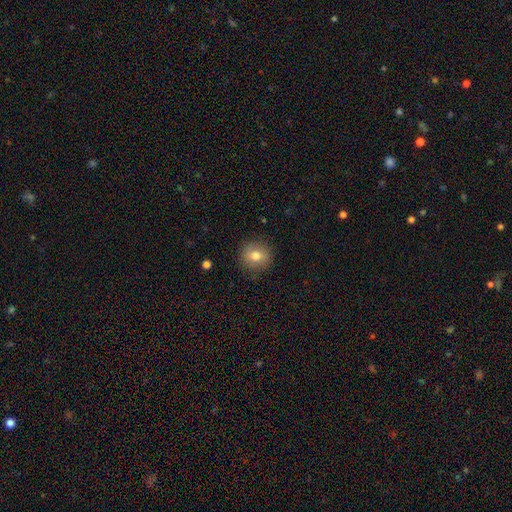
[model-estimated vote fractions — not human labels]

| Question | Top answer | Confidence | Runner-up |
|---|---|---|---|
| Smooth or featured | smooth | 77% | featured or disk (13%) |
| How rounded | round | 84% | in between (15%) |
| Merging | none | 87% | minor disturbance (9%) |